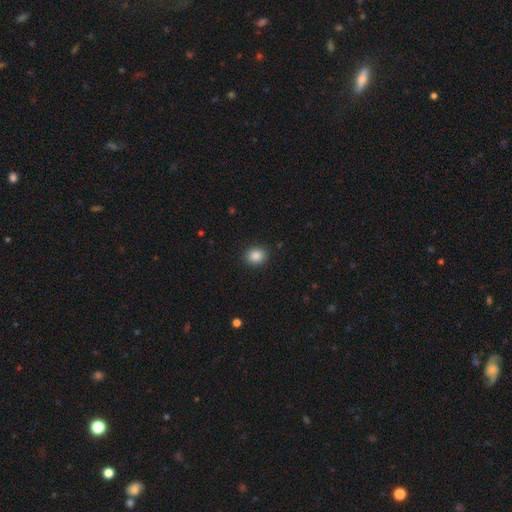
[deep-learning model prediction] Overall: smooth (87%). How rounded: round (71%). Merging: none (90%).